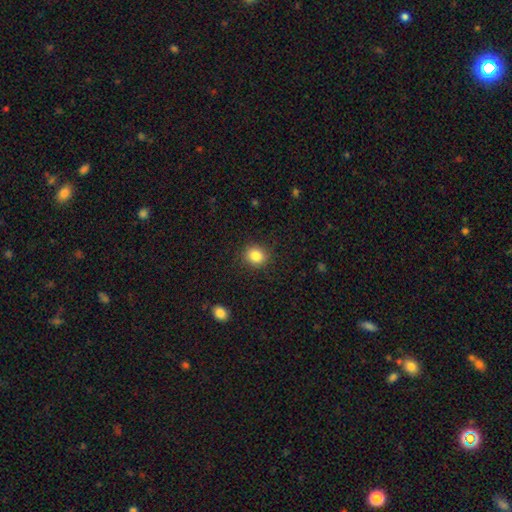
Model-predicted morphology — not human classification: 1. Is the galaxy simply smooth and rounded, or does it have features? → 85% smooth, 10% star or artifact, 5% featured or disk.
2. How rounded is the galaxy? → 75% round, 24% in between, 1% cigar-shaped.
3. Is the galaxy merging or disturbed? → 88% none, 8% minor disturbance, 2% major disturbance, 1% merger.